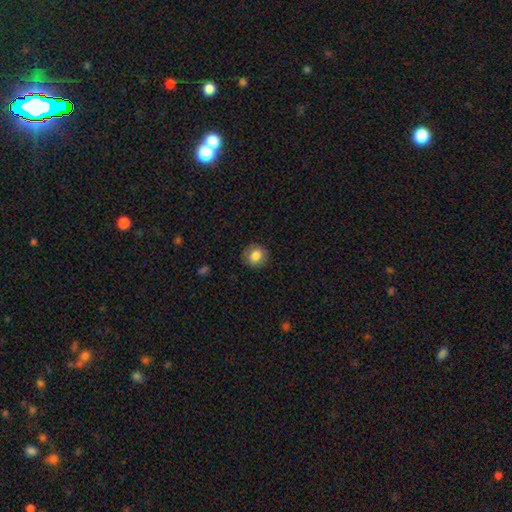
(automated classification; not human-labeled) This appears to be a smooth galaxy with no disk features (81%) that is round (87%). Merging: none (88%).